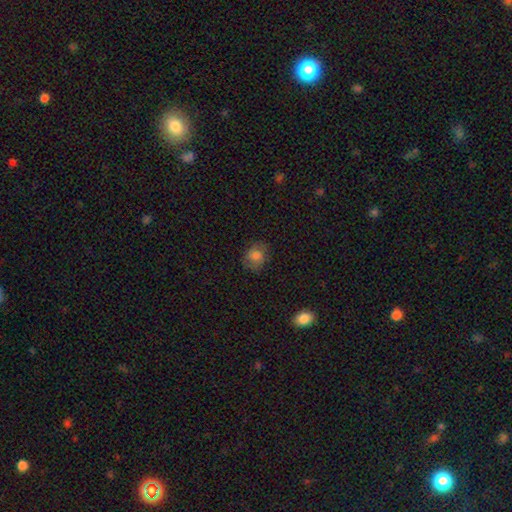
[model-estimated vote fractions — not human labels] Smooth or featured?
  - smooth: 77% *
  - featured or disk: 12%
  - star or artifact: 11%
How rounded?
  - round: 63% *
  - in between: 36%
  - cigar-shaped: 1%
Merging?
  - none: 72% *
  - minor disturbance: 20%
  - major disturbance: 7%
  - merger: 1%